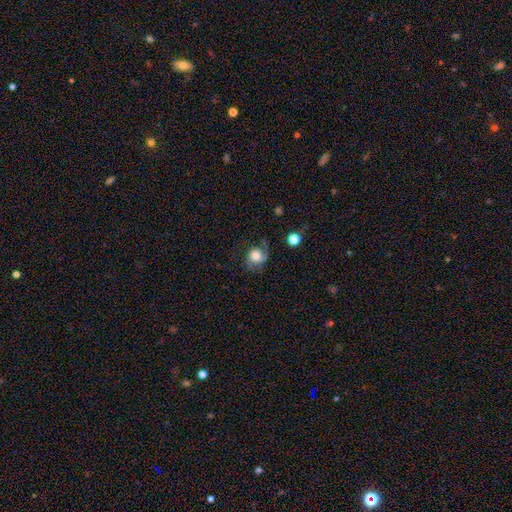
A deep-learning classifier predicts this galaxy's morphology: Smooth or featured? featured or disk (51%)
Edge-on disk? no (97%)
Merging? none (60%)